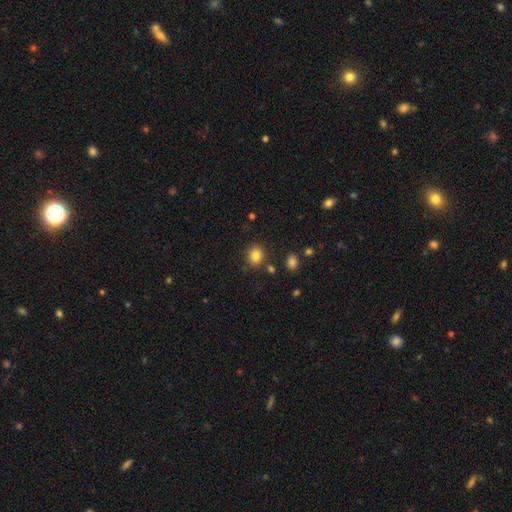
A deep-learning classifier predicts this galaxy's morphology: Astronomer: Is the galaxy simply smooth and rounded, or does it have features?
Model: smooth — 83%.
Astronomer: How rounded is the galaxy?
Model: round — 82%.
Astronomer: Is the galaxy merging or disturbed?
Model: none — 85%.